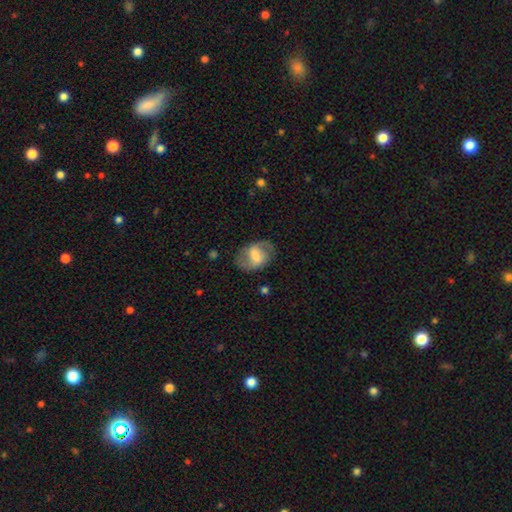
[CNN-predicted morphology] The model was most divided on "bulge size": moderate: 31%, large: 24%, small: 21%, none: 20%, dominant: 3%. Remaining: edge-on disk — no (96%); spiral arms — yes (77%); merging — none (70%); smooth or featured — featured or disk (57%); bar — weak (45%).